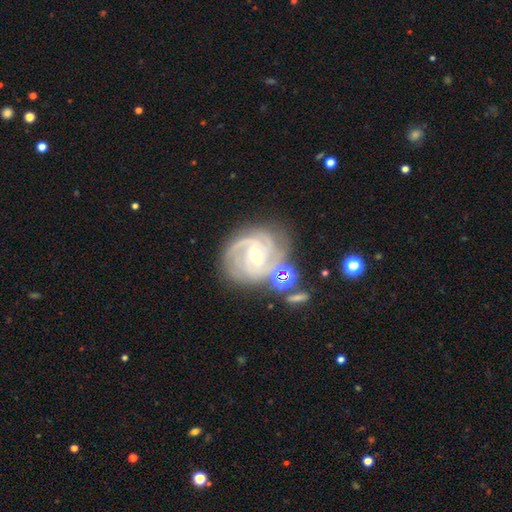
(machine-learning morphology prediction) type=featured or disk (88%); edge-on=no (97%); bar=weak (50%); spiral arms=yes (97%); winding=tight (63%); arm count=3 (39%); bulge=moderate (53%); merging=none (67%).